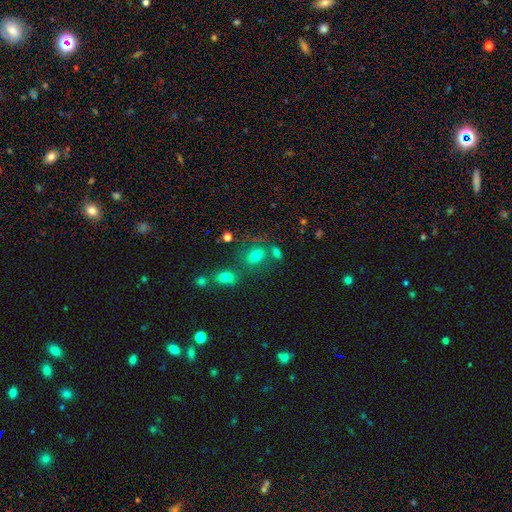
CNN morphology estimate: This is likely a smooth galaxy (71%). How rounded: likely in between (66%). Merging: possibly none (58%).